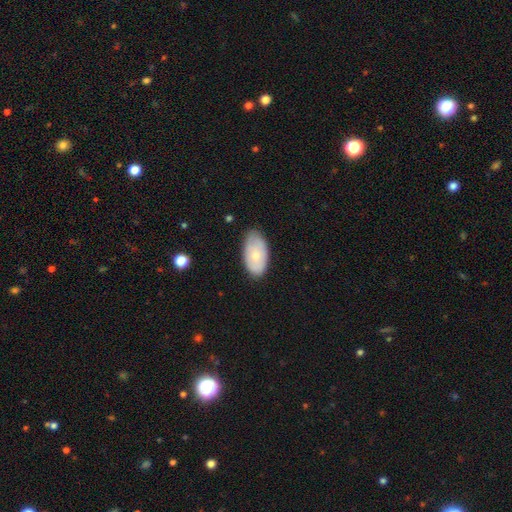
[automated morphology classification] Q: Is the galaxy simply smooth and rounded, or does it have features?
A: smooth — 69%.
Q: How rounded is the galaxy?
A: in between — 94%.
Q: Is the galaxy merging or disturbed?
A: none — 72%.